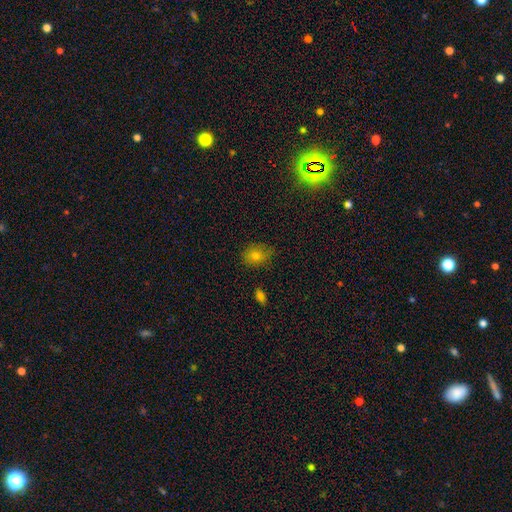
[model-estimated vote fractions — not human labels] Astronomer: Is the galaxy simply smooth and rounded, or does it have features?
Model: smooth — 74%.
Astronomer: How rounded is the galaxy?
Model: round — 57% (runner-up: in between, 42%).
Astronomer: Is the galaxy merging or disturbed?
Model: none — 73%.